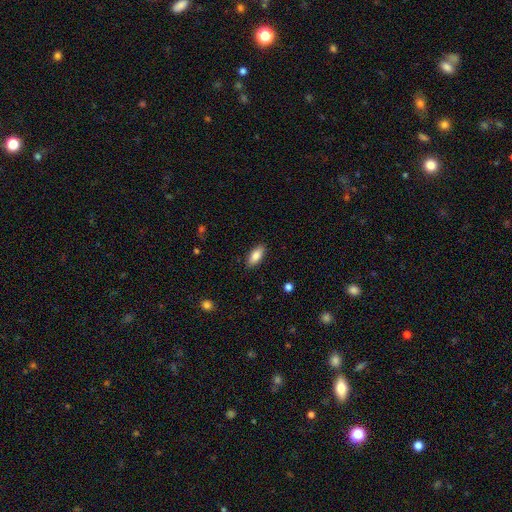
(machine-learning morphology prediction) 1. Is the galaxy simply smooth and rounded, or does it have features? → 86% smooth, 7% featured or disk, 6% star or artifact.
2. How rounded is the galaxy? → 86% in between, 12% cigar-shaped, 2% round.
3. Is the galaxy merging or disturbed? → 88% none, 9% minor disturbance, 2% major disturbance, 1% merger.